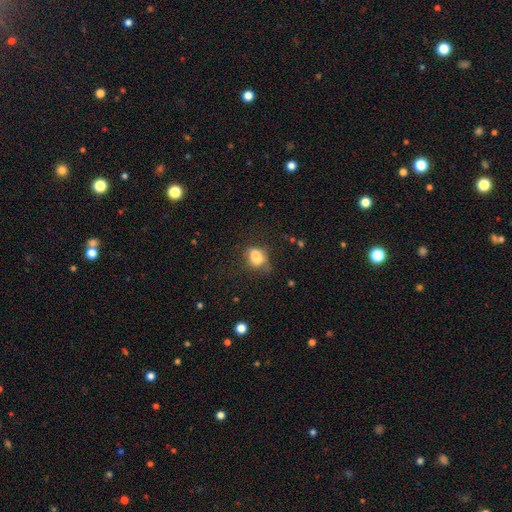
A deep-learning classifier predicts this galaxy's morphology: smooth 76%, featured or disk 13%, star or artifact 11%. Down the decision tree: how rounded — in between (71%); merging — none (47%).